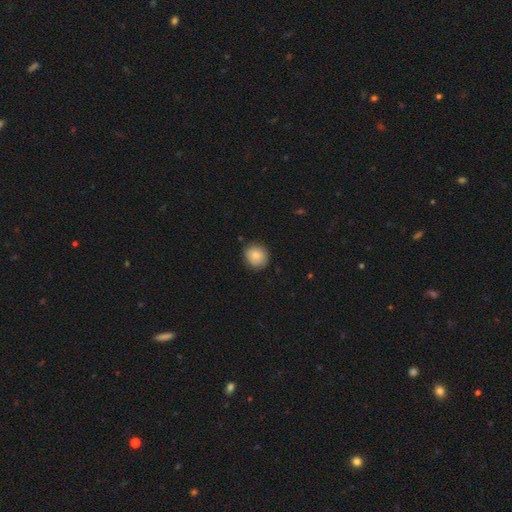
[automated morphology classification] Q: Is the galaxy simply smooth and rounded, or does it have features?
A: smooth — 82%.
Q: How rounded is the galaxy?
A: round — 80%.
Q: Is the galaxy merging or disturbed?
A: none — 83%.